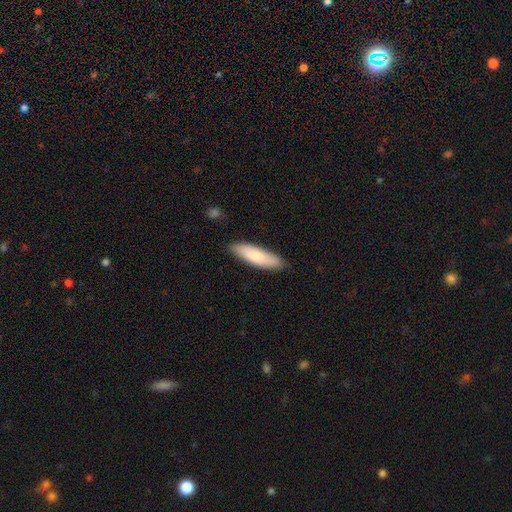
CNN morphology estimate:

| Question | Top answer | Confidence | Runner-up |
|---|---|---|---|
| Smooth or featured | smooth | 78% | featured or disk (16%) |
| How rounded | cigar-shaped | 61% | in between (38%) |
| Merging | none | 84% | minor disturbance (12%) |